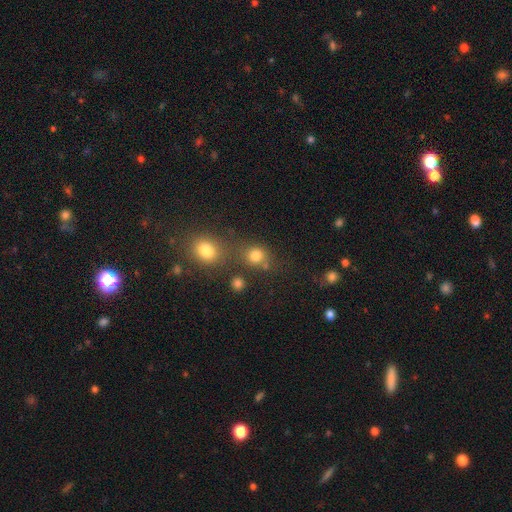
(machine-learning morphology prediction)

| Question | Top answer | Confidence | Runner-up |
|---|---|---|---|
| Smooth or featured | smooth | 78% | star or artifact (15%) |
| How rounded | round | 79% | in between (20%) |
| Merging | none | 60% | merger (24%) |